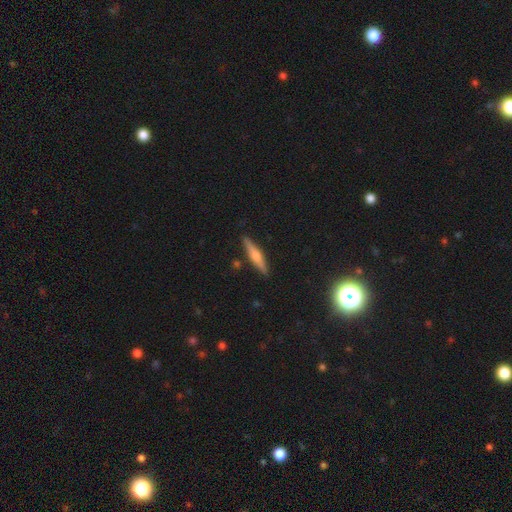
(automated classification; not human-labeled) featured or disk 55%, smooth 39%, star or artifact 7%. Down the decision tree: edge-on disk — yes (97%); edge-on bulge — rounded (79%); merging — none (89%).